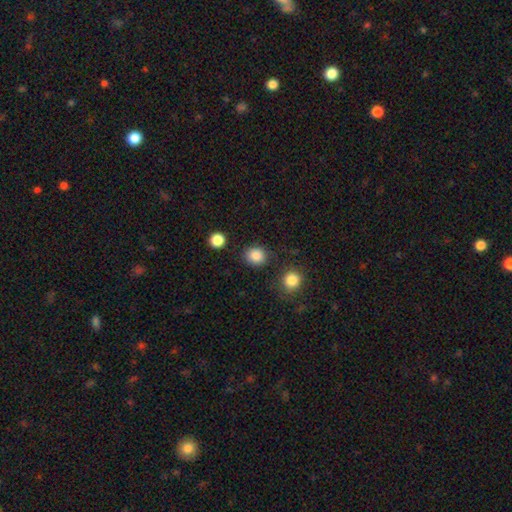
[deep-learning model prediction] Q: Smooth or featured?
A: smooth (86%); runner-up: star or artifact (10%)
Q: How rounded?
A: round (79%); runner-up: in between (20%)
Q: Merging?
A: none (85%); runner-up: minor disturbance (8%)